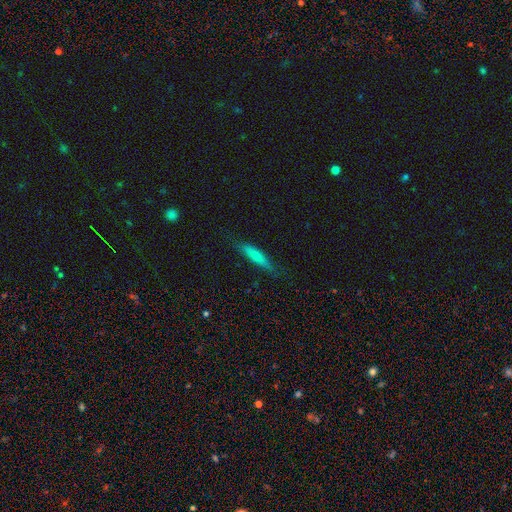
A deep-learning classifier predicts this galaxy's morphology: type=smooth (63%); roundness=cigar-shaped (80%); merging=none (79%).